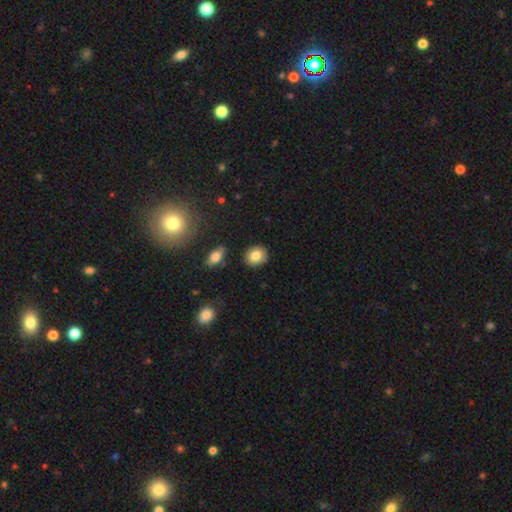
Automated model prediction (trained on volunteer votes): This appears to be a smooth galaxy with no disk features (83%) that is round (72%). Merging: none (88%).